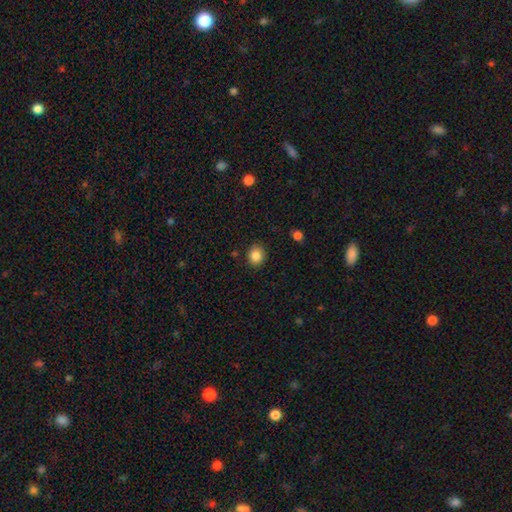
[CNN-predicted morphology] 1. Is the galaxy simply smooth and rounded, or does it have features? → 86% smooth, 10% star or artifact, 4% featured or disk.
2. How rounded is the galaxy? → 71% round, 28% in between, 1% cigar-shaped.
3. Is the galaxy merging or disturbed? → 86% none, 10% minor disturbance, 3% major disturbance, 2% merger.